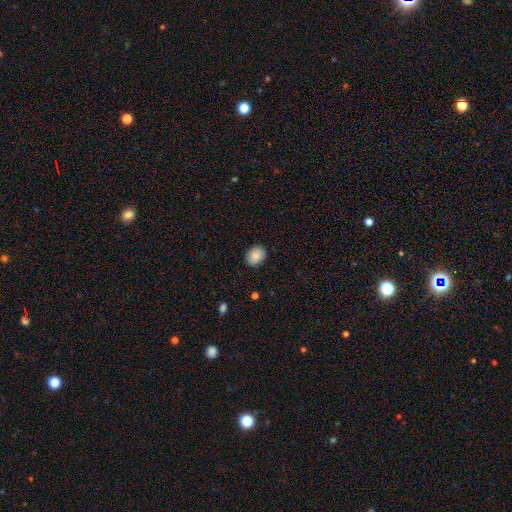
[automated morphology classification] Smooth or featured? Predicted: smooth (p=0.86). How rounded? Predicted: in between (p=0.50). Merging? Predicted: none (p=0.89).